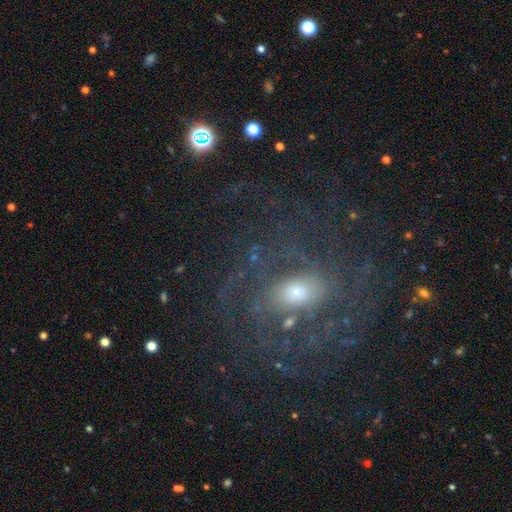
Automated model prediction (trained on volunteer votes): Overall: featured or disk (72%). Edge-on disk: no (96%). Bar: no (67%). Spiral arms: yes (85%). Spiral arm count: can't tell (42%; 2 18%). Spiral winding: tight (54%; medium 31%). Bulge size: small (48%; moderate 40%). Merging: none (70%).